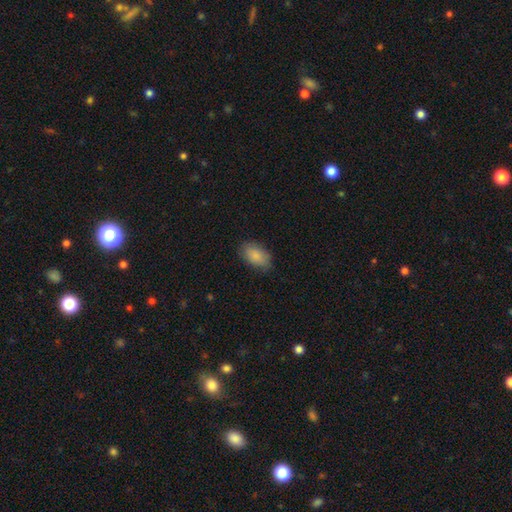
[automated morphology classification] smooth-or-featured: smooth: 87% | featured or disk: 7% | star or artifact: 6%
  how-rounded: in between: 93% | round: 5% | cigar-shaped: 2%
  merging: none: 80% | minor disturbance: 16% | major disturbance: 3% | merger: 1%